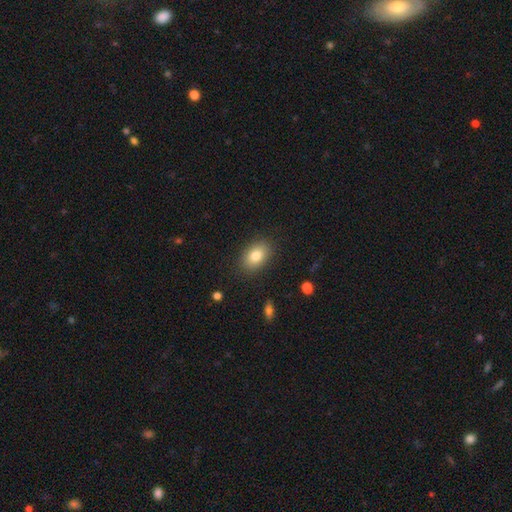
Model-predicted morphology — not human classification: This is clearly a smooth galaxy (82%). How rounded: clearly in between (87%). Merging: clearly none (87%).